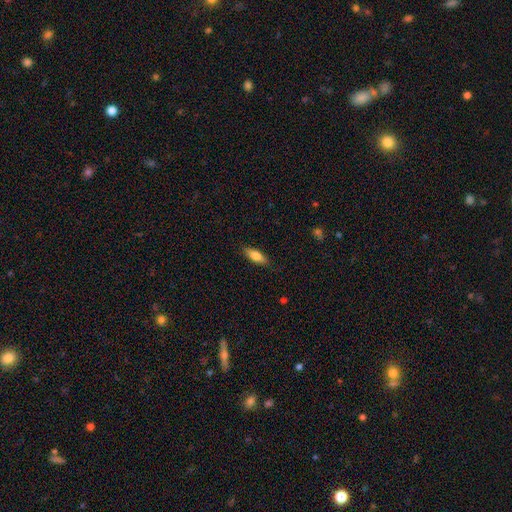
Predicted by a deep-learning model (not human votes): Smooth or featured? smooth (77%)
How rounded? in between (64%)
Merging? none (86%)